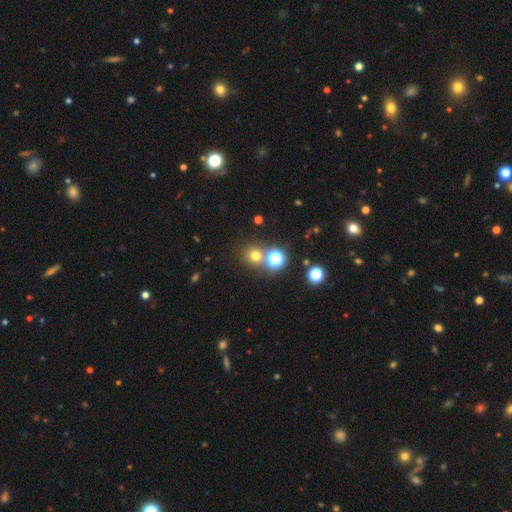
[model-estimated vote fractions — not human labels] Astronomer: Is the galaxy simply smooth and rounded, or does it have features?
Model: smooth — 67%.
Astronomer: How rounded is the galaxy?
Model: round — 90%.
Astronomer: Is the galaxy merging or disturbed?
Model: none — 73%.